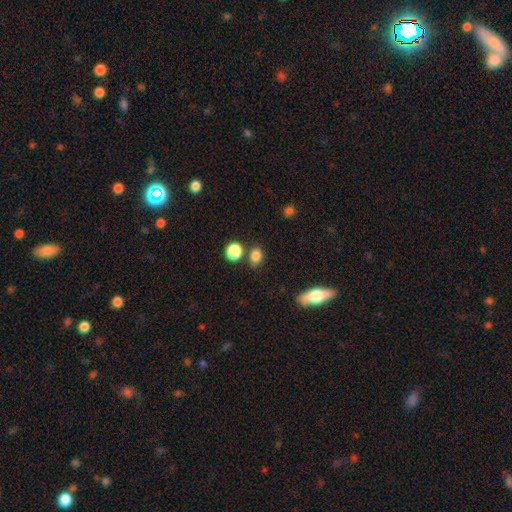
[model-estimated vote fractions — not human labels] smooth 83%, star or artifact 12%, featured or disk 5%. Down the decision tree: how rounded — round (52%); merging — none (73%).